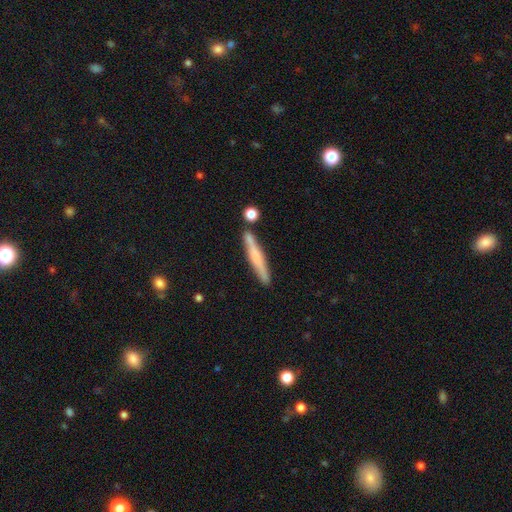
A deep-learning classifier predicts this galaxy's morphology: A smooth galaxy with no disk features (53%) that is cigar-shaped (94%).

Vote fractions:
- Smooth or featured? smooth: 53% / featured or disk: 40% / star or artifact: 7%
- How rounded? cigar-shaped: 94% / in between: 4% / round: 2%
- Merging? none: 79% / minor disturbance: 12% / merger: 7% / major disturbance: 3%